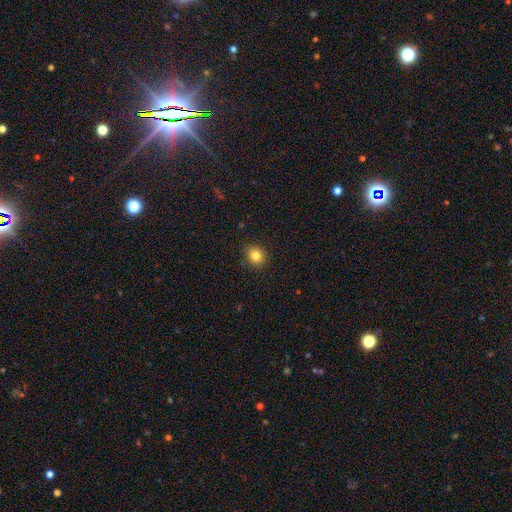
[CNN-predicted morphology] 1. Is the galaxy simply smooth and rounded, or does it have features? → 83% smooth, 11% star or artifact, 6% featured or disk.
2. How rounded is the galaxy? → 73% round, 26% in between, 1% cigar-shaped.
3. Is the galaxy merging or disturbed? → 88% none, 9% minor disturbance, 2% major disturbance, 1% merger.